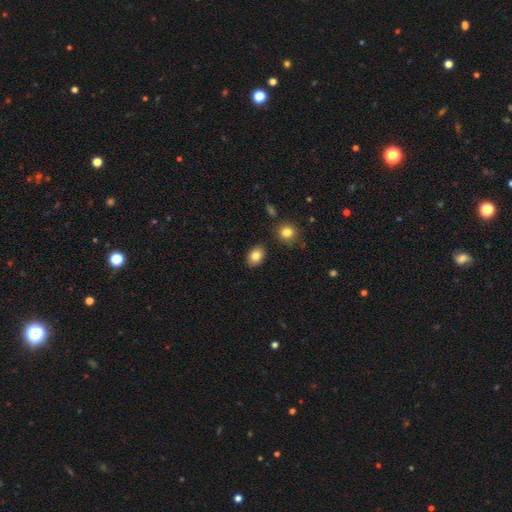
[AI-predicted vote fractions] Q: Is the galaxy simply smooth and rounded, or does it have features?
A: smooth — 83%.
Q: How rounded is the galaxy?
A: in between — 69%.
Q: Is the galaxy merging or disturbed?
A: none — 86%.